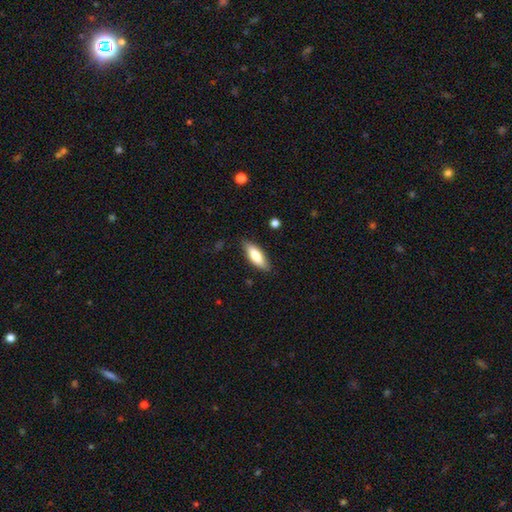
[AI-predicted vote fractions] smooth-or-featured: smooth: 78% | featured or disk: 16% | star or artifact: 6%
  how-rounded: in between: 63% | cigar-shaped: 35% | round: 2%
  merging: none: 83% | minor disturbance: 13% | major disturbance: 3% | merger: 1%